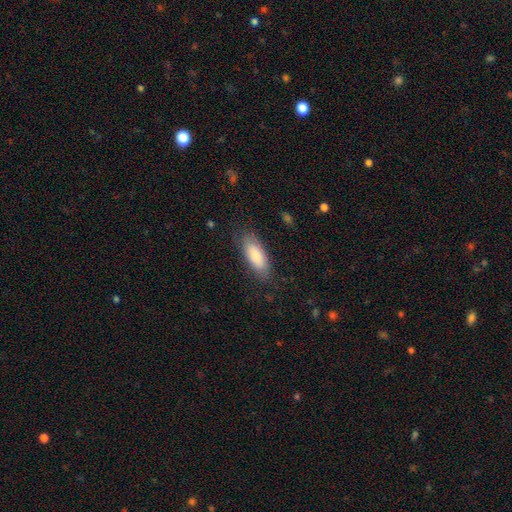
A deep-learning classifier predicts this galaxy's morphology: This appears to be a smooth galaxy with no disk features (82%) that is in between round and cigar-shaped (77%). Merging: none (79%).